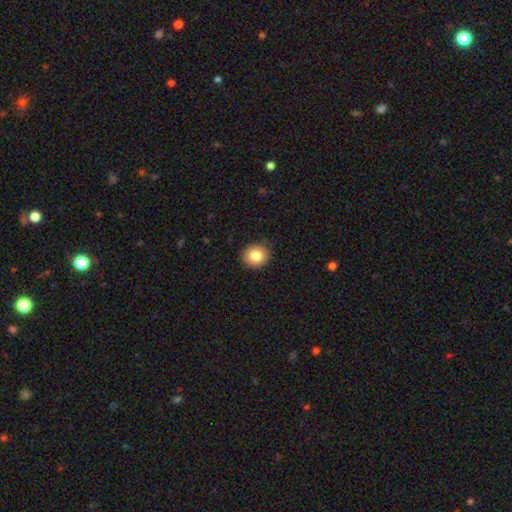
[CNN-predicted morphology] A smooth galaxy with no disk features (83%) that is round (82%).

Vote fractions:
- Smooth or featured? smooth: 83% / star or artifact: 9% / featured or disk: 8%
- How rounded? round: 82% / in between: 18% / cigar-shaped: 1%
- Merging? none: 87% / minor disturbance: 10% / major disturbance: 2% / merger: 1%